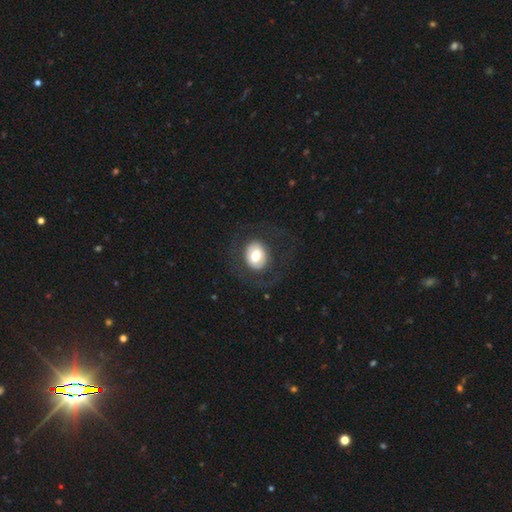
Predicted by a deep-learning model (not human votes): The model was most divided on "how rounded": round: 56%, in between: 43%, cigar-shaped: 1%. More confident: merging — none (75%); smooth or featured — smooth (56%).